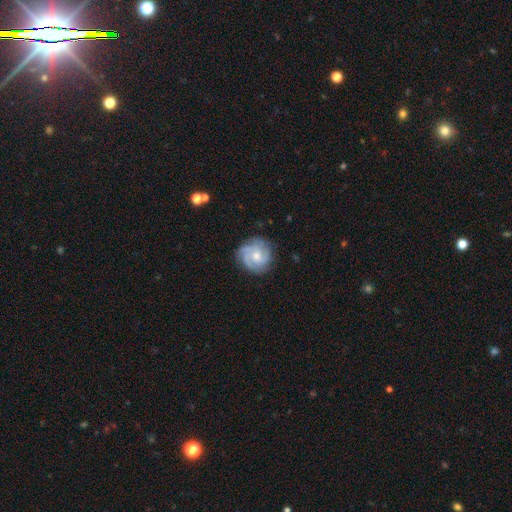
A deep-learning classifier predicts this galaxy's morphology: Smooth or featured? featured or disk (81%)
Edge-on disk? no (98%)
Bar? no (68%)
Spiral arms? yes (97%)
Spiral winding? tight (58%)
Spiral arm count? 3 (40%)
Bulge size? moderate (53%)
Merging? none (81%)